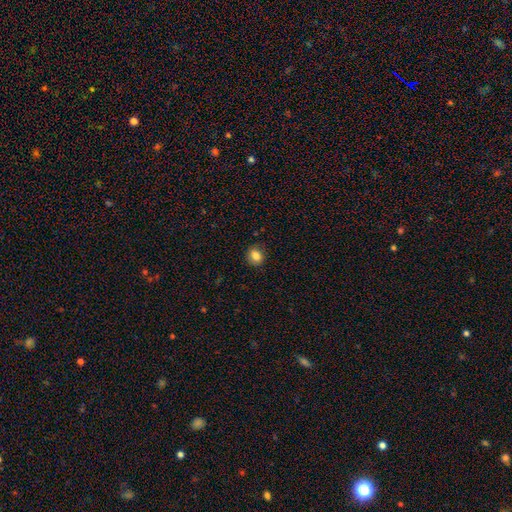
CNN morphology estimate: A smooth galaxy with no disk features (83%) that is round (72%).

Vote fractions:
- Smooth or featured? smooth: 83% / star or artifact: 10% / featured or disk: 6%
- How rounded? round: 72% / in between: 27% / cigar-shaped: 1%
- Merging? none: 87% / minor disturbance: 10% / major disturbance: 2% / merger: 1%